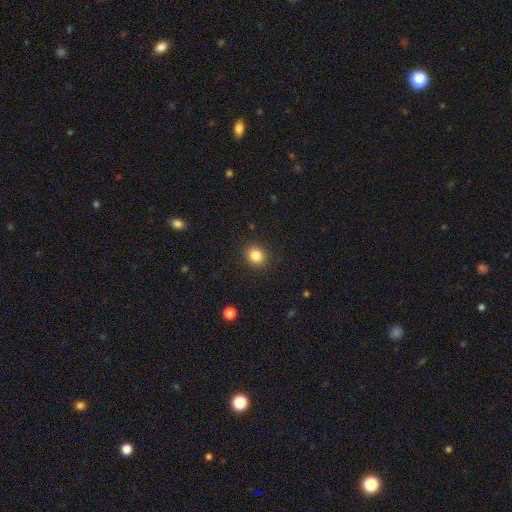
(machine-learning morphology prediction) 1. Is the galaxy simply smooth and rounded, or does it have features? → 84% smooth, 11% star or artifact, 5% featured or disk.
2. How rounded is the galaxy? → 76% round, 23% in between, 1% cigar-shaped.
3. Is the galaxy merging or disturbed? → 90% none, 7% minor disturbance, 2% major disturbance, 1% merger.